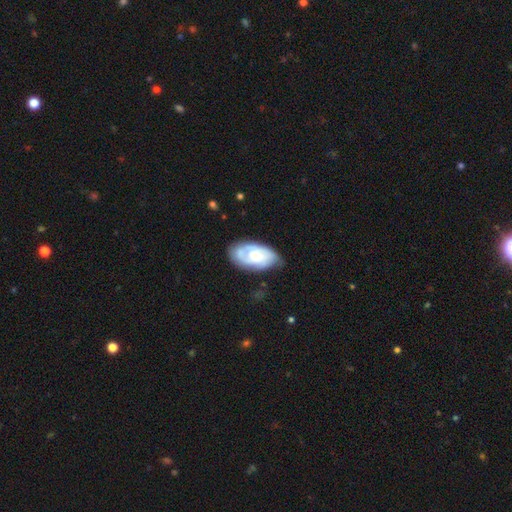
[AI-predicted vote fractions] The model was most divided on "bulge size": moderate: 48%, small: 41%, large: 7%, none: 3%, dominant: 1%. More confident: edge-on disk — no (94%); spiral arms — yes (77%); bar — no (74%); merging — none (61%); smooth or featured — featured or disk (58%).